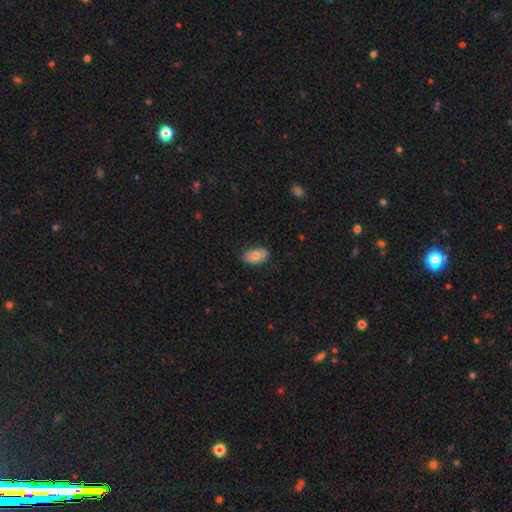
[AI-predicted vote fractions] Overall: smooth (75%). How rounded: in between (91%). Merging: none (83%).